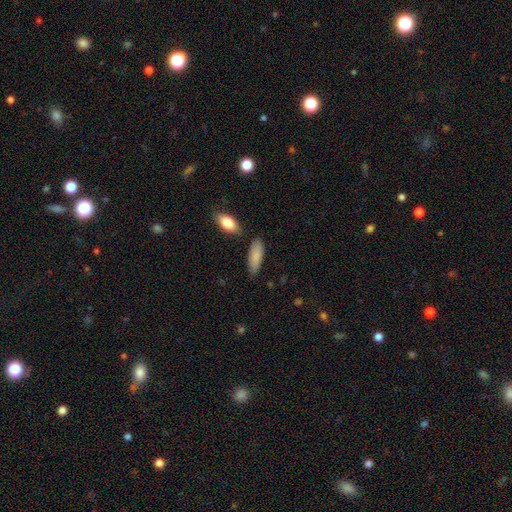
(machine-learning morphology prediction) A smooth galaxy with no disk features (86%) that is in between round and cigar-shaped (70%). Merging: none (77%).